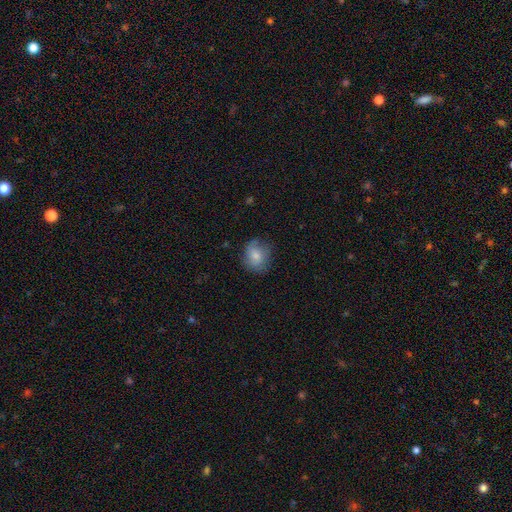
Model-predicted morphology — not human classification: Smooth or featured?
  - smooth: 77% *
  - featured or disk: 15%
  - star or artifact: 8%
How rounded?
  - round: 65% *
  - in between: 34%
  - cigar-shaped: 1%
Merging?
  - none: 69% *
  - minor disturbance: 23%
  - major disturbance: 7%
  - merger: 1%